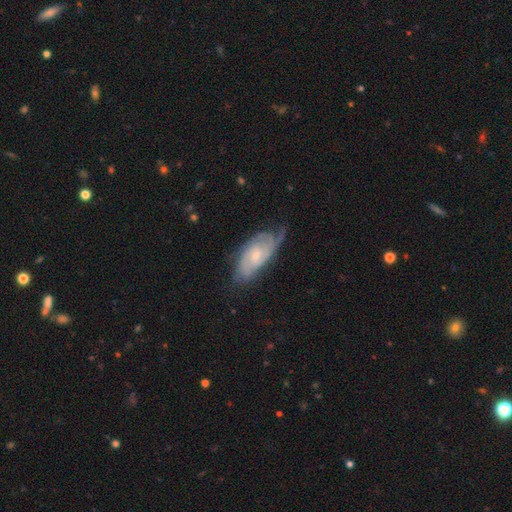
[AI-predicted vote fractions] smooth-or-featured: featured or disk: 77% | smooth: 17% | star or artifact: 6%
  disk-edge-on: no: 93% | yes: 7%
    bar: no: 66% | weak: 30% | strong: 5%
    has-spiral-arms: yes: 93% | no: 7%
      spiral-winding: tight: 58% | medium: 33% | loose: 9%
      spiral-arm-count: 2: 37% | can't tell: 33% | 3: 16% | 4: 6% | 1: 5% | more than 4: 3%
    bulge-size: small: 62% | moderate: 33% | none: 3% | large: 1% | dominant: 1%
  merging: none: 57% | minor disturbance: 29% | major disturbance: 12% | merger: 2%